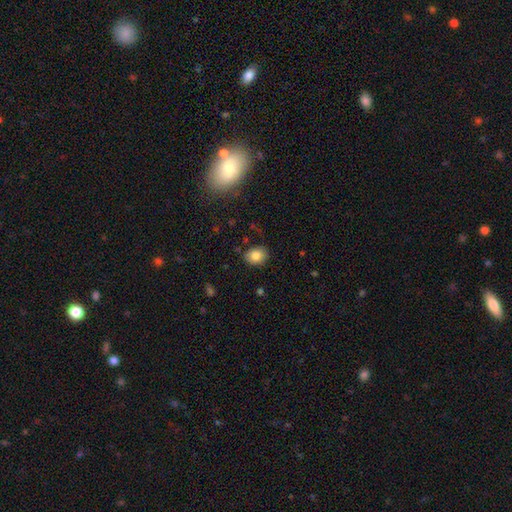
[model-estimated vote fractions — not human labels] smooth_or_featured: smooth (p=0.83) [alt: star or artifact p=0.10]
how_rounded: round (p=0.51) [alt: in between p=0.48]
merging: none (p=0.81) [alt: minor disturbance p=0.14]